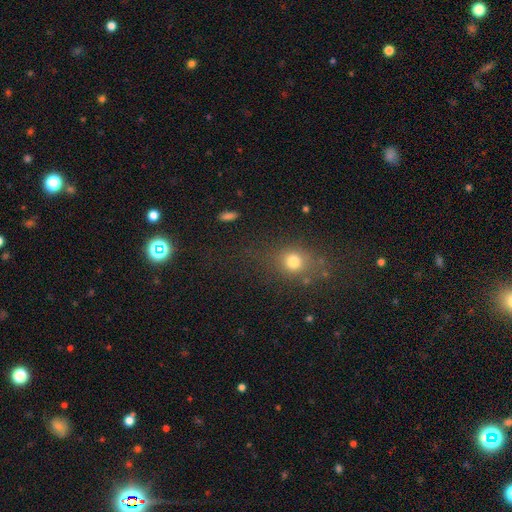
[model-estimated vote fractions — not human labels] This is possibly a smooth galaxy (53%). How rounded: possibly in between (49%). Merging: likely none (77%).